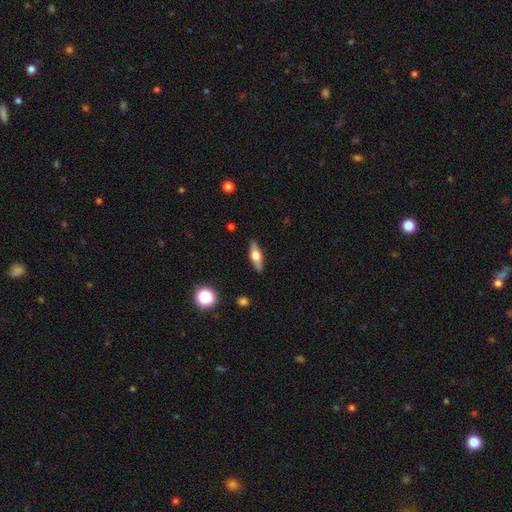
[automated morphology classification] type=featured or disk (50%); edge-on=yes (90%); merging=none (88%).